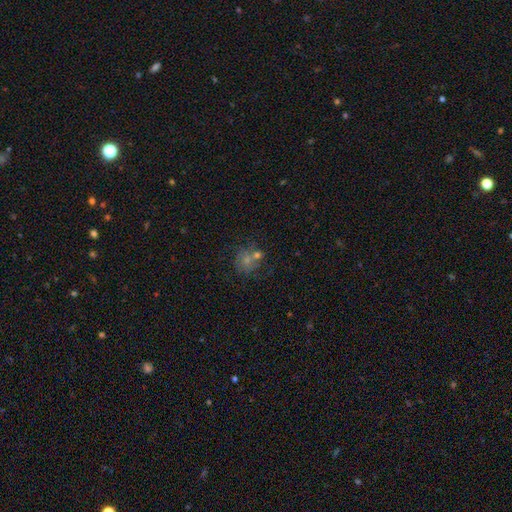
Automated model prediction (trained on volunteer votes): Smooth or featured?
  - smooth: 48% *
  - star or artifact: 28%
  - featured or disk: 24%
Merging?
  - none: 58% *
  - merger: 22%
  - minor disturbance: 13%
  - major disturbance: 7%